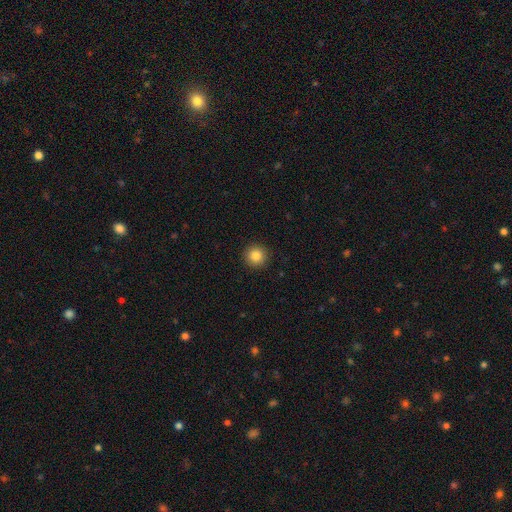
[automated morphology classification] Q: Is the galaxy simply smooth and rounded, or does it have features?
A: smooth — 86%.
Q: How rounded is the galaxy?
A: round — 95%.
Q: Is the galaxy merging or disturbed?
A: none — 92%.